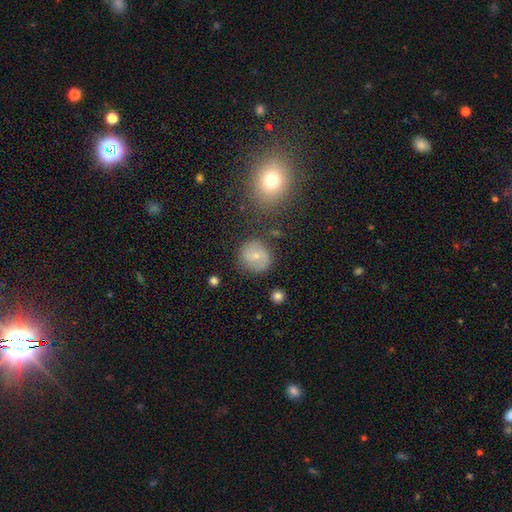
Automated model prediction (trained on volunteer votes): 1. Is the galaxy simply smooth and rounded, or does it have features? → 54% smooth, 37% featured or disk, 9% star or artifact.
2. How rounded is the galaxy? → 85% round, 14% in between, 1% cigar-shaped.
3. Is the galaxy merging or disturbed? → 78% none, 14% minor disturbance, 5% major disturbance, 4% merger.